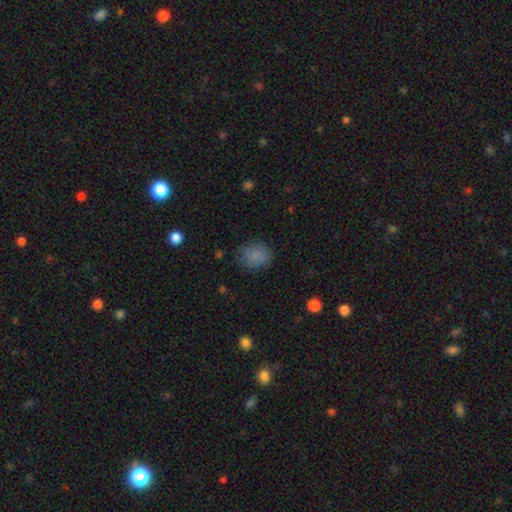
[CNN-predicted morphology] smooth_or_featured: smooth (p=0.84) [alt: star or artifact p=0.11]
how_rounded: round (p=0.53) [alt: in between p=0.46]
merging: none (p=0.80) [alt: minor disturbance p=0.15]